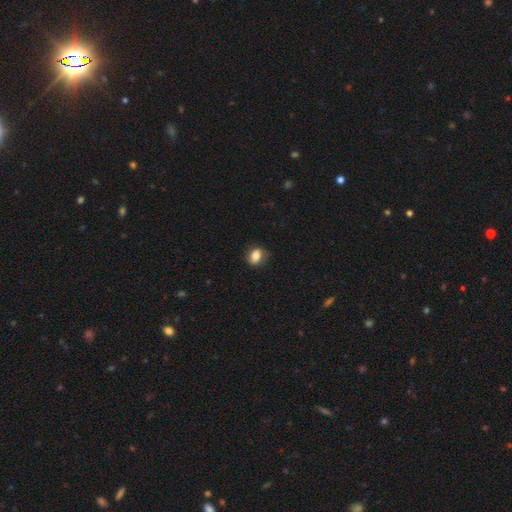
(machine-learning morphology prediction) This appears to be a smooth galaxy with no disk features (77%) that is in between round and cigar-shaped (64%). Merging: none (74%).